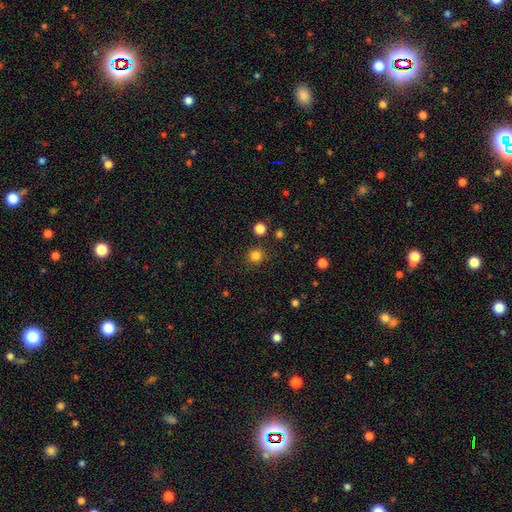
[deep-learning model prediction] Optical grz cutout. It shows a smooth galaxy with no disk features (82%) that is round (93%). Merging: none (87%).